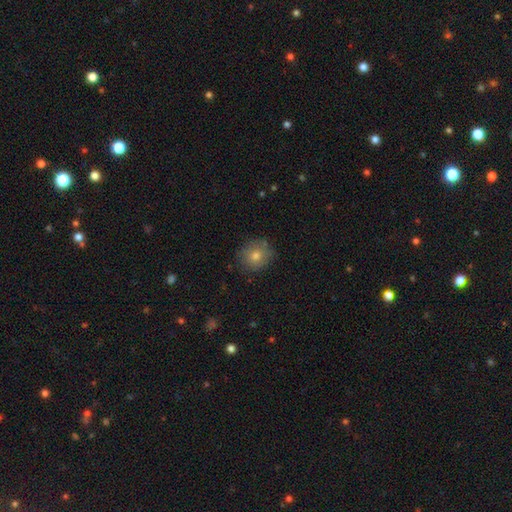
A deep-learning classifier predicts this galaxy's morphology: A smooth galaxy with no disk features (76%) that is round (86%). Merging: none (84%).